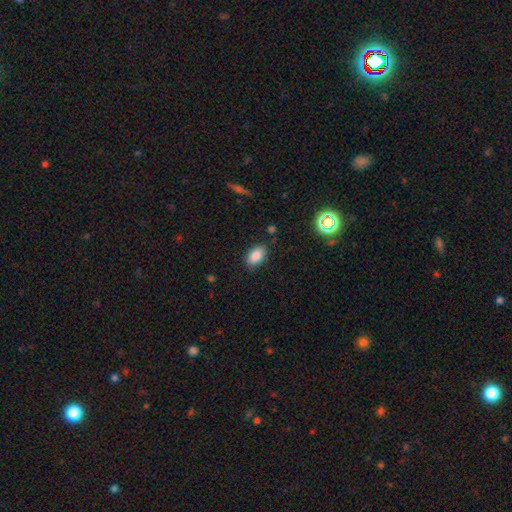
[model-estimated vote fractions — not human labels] Smooth or featured? Predicted: smooth (p=0.86). How rounded? Predicted: in between (p=0.90). Merging? Predicted: none (p=0.83).